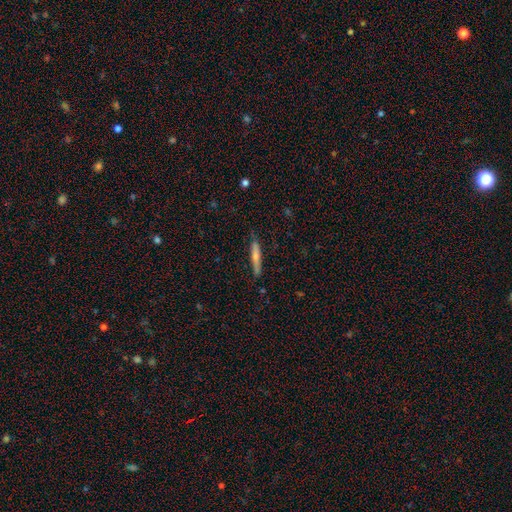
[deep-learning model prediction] A smooth galaxy with no disk features (61%) that is cigar-shaped (92%).

Vote fractions:
- Smooth or featured? smooth: 61% / featured or disk: 33% / star or artifact: 6%
- How rounded? cigar-shaped: 92% / in between: 6% / round: 1%
- Merging? none: 81% / minor disturbance: 15% / major disturbance: 2% / merger: 2%